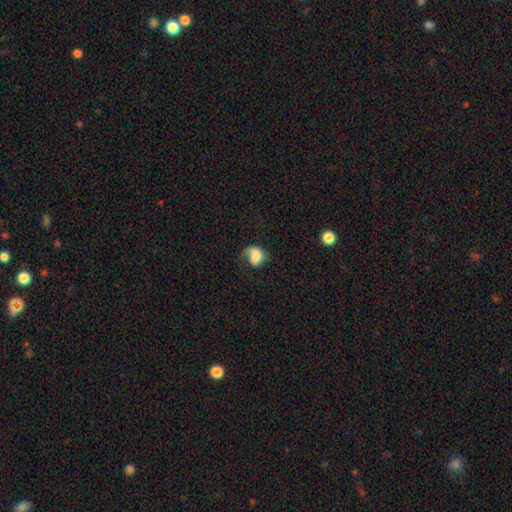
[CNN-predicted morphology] A smooth galaxy with no disk features (51%) that is in between round and cigar-shaped (65%).

Vote fractions:
- Smooth or featured? smooth: 51% / featured or disk: 40% / star or artifact: 9%
- How rounded? in between: 65% / round: 34% / cigar-shaped: 2%
- Merging? major disturbance: 39% / none: 35% / minor disturbance: 23% / merger: 3%